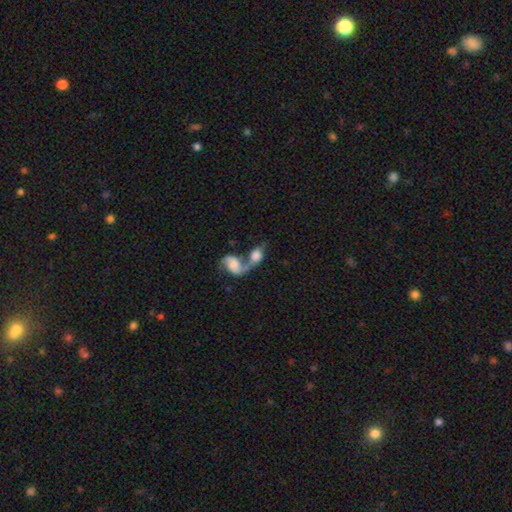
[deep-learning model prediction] This appears to be a smooth galaxy with no disk features (46%). Merging: merger (77%).